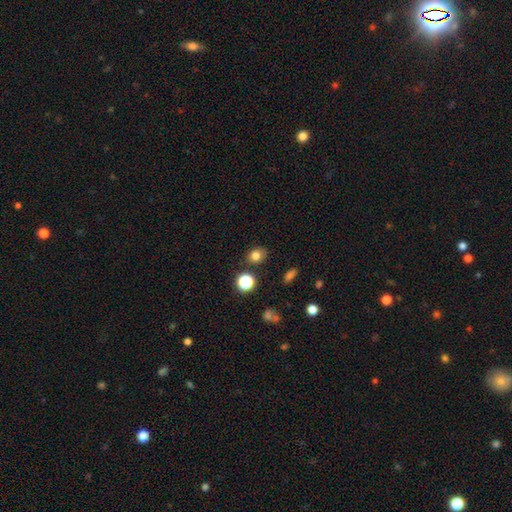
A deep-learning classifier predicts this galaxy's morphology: The model was most divided on "how rounded": round: 58%, in between: 41%, cigar-shaped: 1%. More confident: merging — none (82%); smooth or featured — smooth (77%).